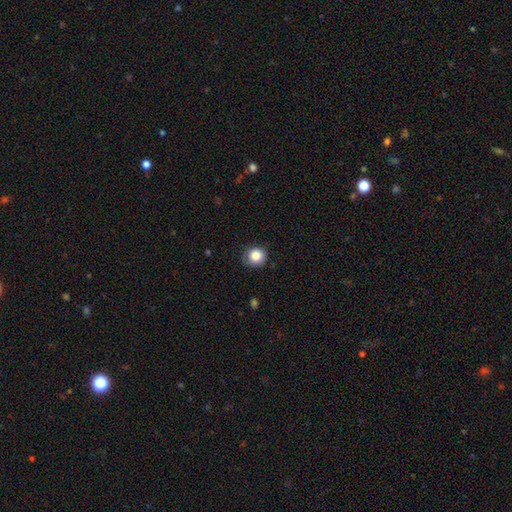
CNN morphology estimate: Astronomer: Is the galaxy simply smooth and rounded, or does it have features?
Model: smooth — 84%.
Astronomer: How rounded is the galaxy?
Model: round — 87%.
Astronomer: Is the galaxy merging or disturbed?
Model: none — 78%.